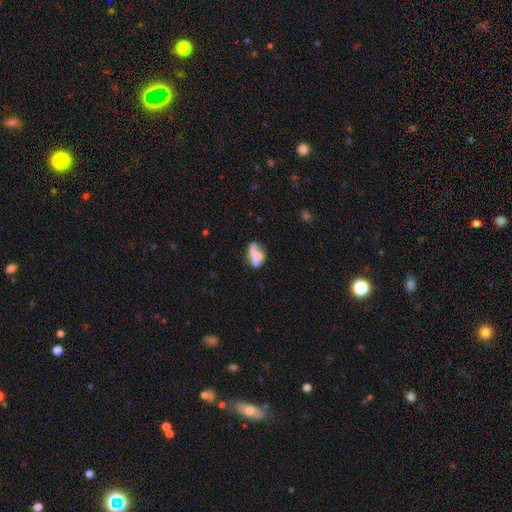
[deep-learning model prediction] Smooth or featured? smooth (54%)
How rounded? in between (71%)
Merging? none (38%)